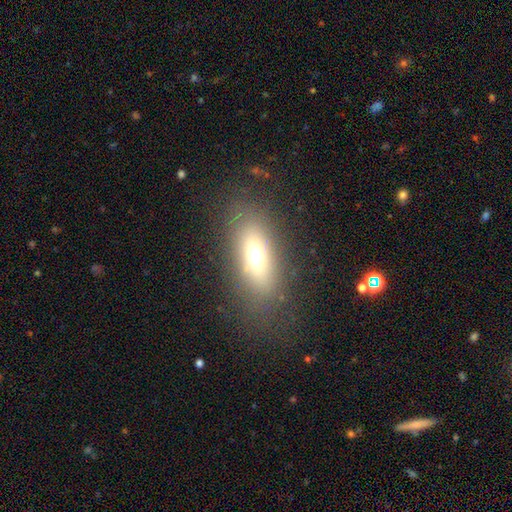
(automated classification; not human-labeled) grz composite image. It shows a smooth galaxy with no disk features (62%) that is in between round and cigar-shaped (76%). Merging: none (78%).